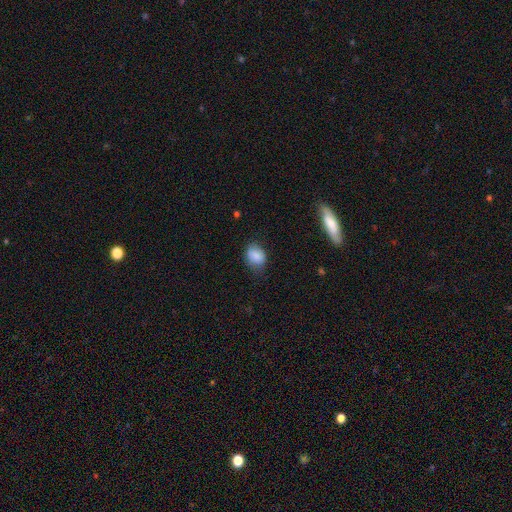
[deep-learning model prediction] Smooth or featured: smooth — 85% (star or artifact — 8%)
How rounded: in between — 60% (round — 39%)
Merging: none — 69% (minor disturbance — 24%)